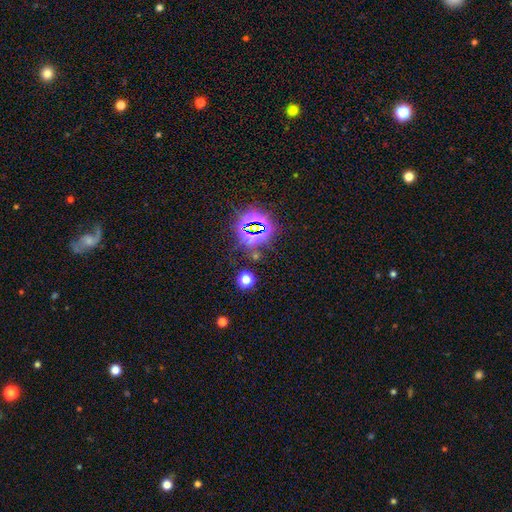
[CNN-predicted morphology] smooth_or_featured: star or artifact (p=0.67) [alt: smooth p=0.25]